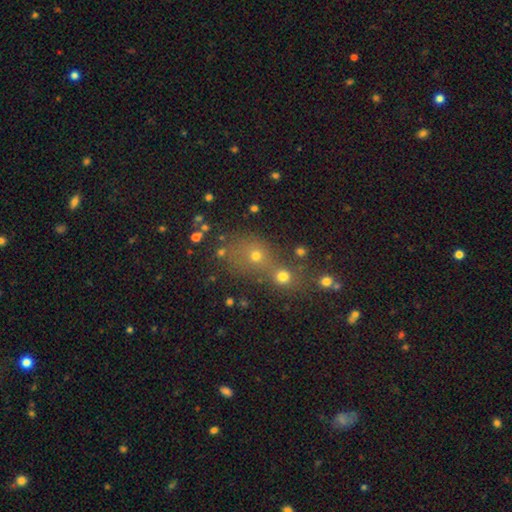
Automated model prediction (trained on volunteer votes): This is possibly a smooth galaxy (52%). How rounded: likely round (75%). Merging: possibly merger (48%).